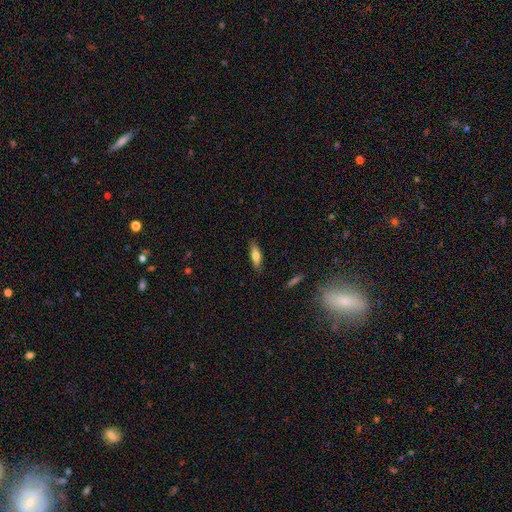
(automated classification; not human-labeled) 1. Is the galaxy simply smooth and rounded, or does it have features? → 68% smooth, 25% featured or disk, 7% star or artifact.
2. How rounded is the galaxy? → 52% cigar-shaped, 46% in between, 2% round.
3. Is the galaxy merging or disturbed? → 86% none, 10% minor disturbance, 2% major disturbance, 1% merger.